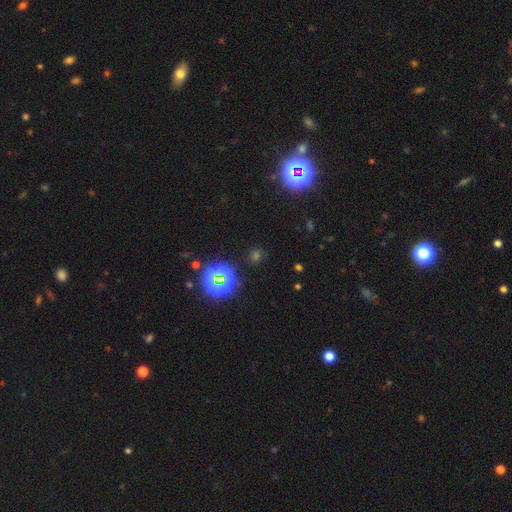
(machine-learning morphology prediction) Smooth or featured?
  - star or artifact: 61% *
  - smooth: 32%
  - featured or disk: 7%